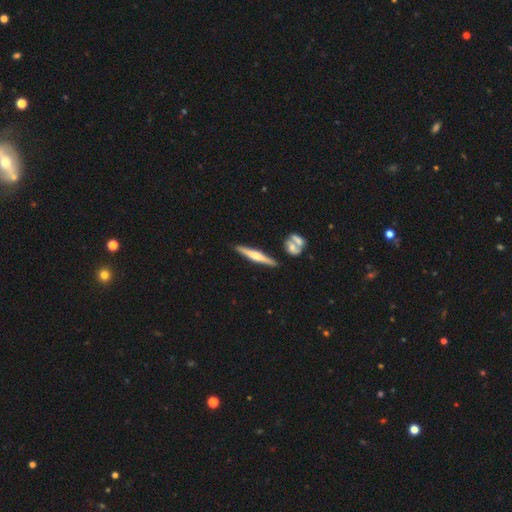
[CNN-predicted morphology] This is likely a featured or disk galaxy (61%). It is clearly viewed edge-on (97%). Edge-on bulge: clearly rounded (83%). Merging: clearly none (86%).